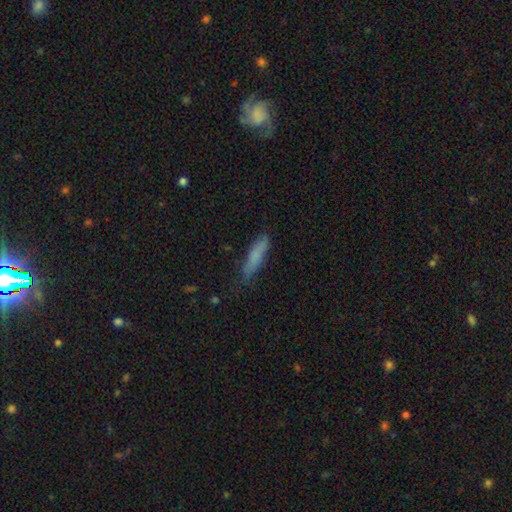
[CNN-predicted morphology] Smooth or featured?
  - smooth: 78% *
  - featured or disk: 15%
  - star or artifact: 7%
How rounded?
  - cigar-shaped: 82% *
  - in between: 17%
  - round: 2%
Merging?
  - none: 72% *
  - minor disturbance: 22%
  - major disturbance: 5%
  - merger: 2%